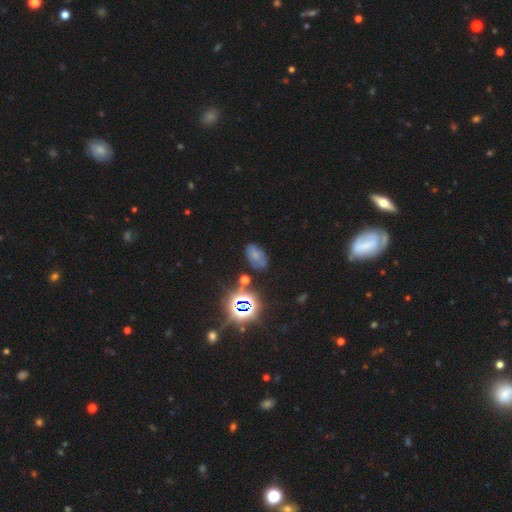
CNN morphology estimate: Smooth or featured: smooth — 49% (star or artifact — 31%)
Merging: none — 69% (minor disturbance — 20%)